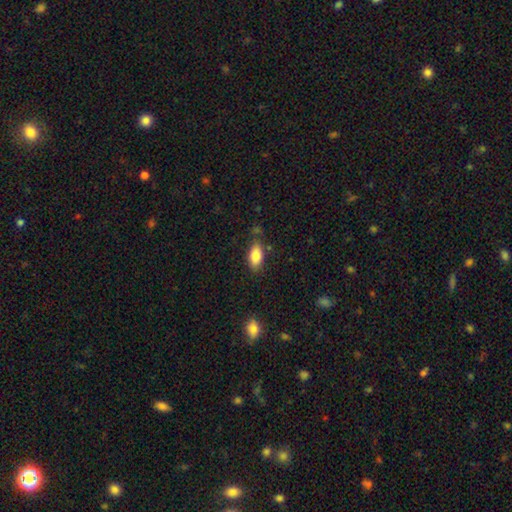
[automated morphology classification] A smooth galaxy with no disk features (86%) that is in between round and cigar-shaped (90%). Merging: none (77%).